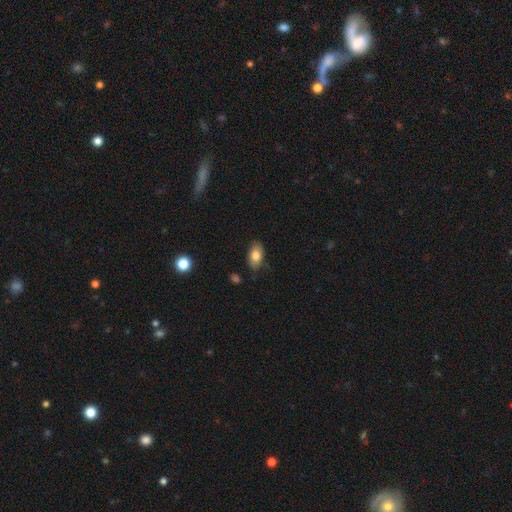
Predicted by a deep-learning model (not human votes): Smooth or featured? smooth (80%)
How rounded? in between (91%)
Merging? none (83%)